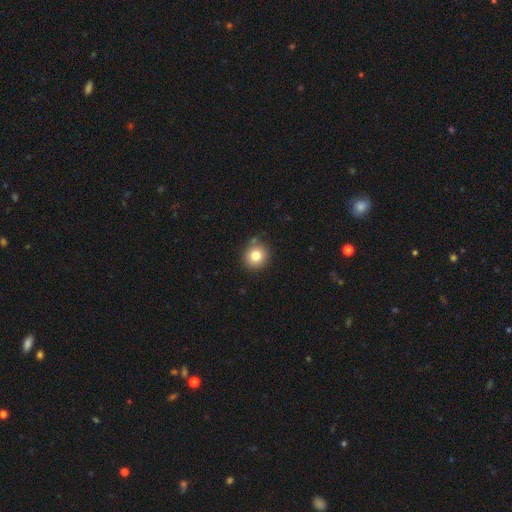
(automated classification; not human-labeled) Smooth or featured?
  - smooth: 81% *
  - star or artifact: 11%
  - featured or disk: 8%
How rounded?
  - round: 90% *
  - in between: 10%
  - cigar-shaped: 1%
Merging?
  - none: 84% *
  - minor disturbance: 10%
  - merger: 4%
  - major disturbance: 2%